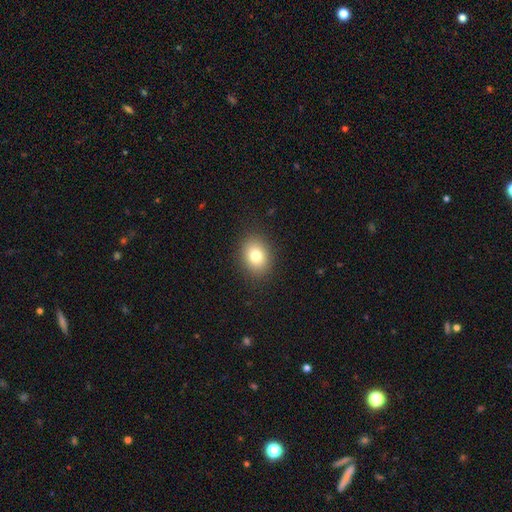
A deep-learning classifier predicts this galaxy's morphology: Smooth or featured: smooth — 78% (star or artifact — 11%)
How rounded: in between — 51% (round — 48%)
Merging: none — 89% (minor disturbance — 8%)